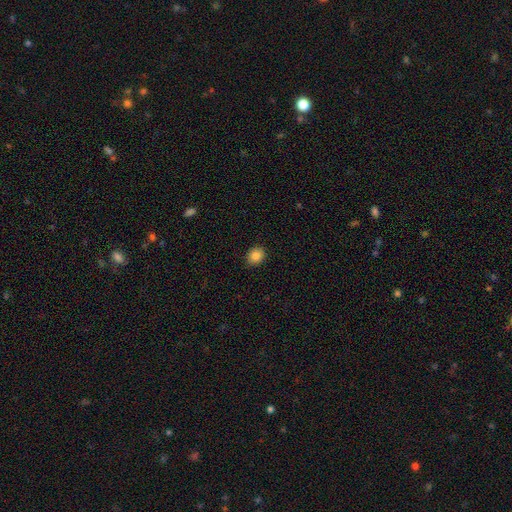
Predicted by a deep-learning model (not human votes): Overall: smooth (84%). How rounded: round (63%; in between 36%). Merging: none (90%).